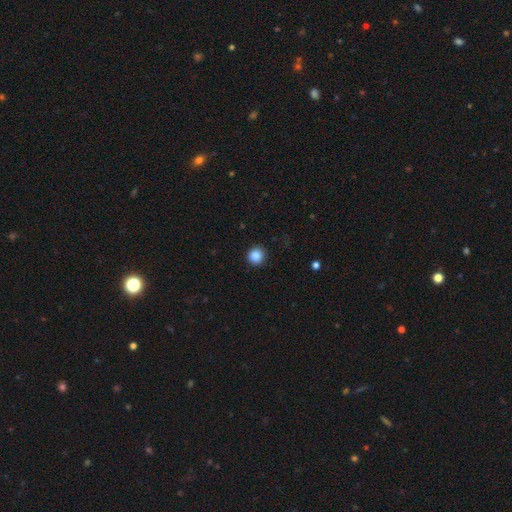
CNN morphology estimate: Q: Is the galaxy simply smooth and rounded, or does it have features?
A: smooth — 87%.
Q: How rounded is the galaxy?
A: round — 94%.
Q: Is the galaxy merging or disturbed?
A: none — 91%.